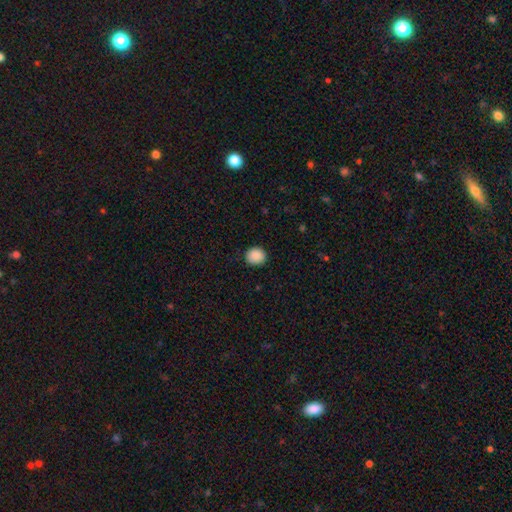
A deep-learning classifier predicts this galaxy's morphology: Overall: smooth (89%). How rounded: round (82%). Merging: none (89%).